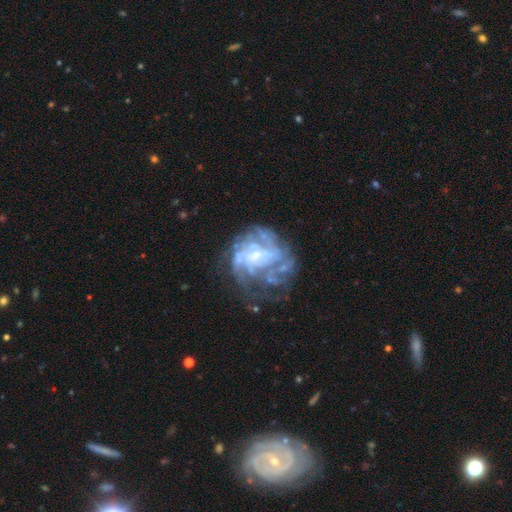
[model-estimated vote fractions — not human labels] This appears to be a featured or disk galaxy (82%) with no bar (60%), tight (51%) spiral arms (82%) and a small central bulge (61%). Merging: none (52%).